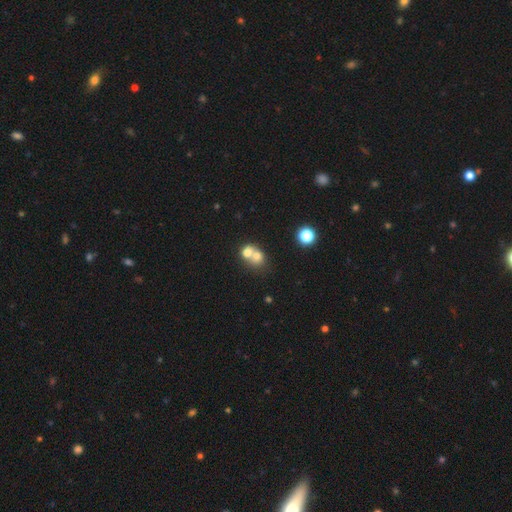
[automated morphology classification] A smooth galaxy with no disk features (69%) that is round (64%). Merging: merger (71%).